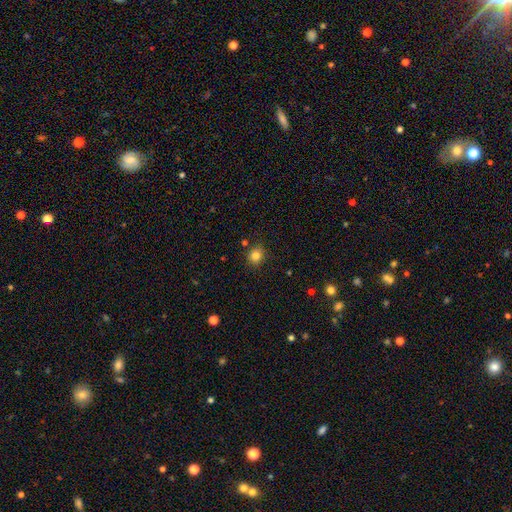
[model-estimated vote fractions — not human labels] A smooth galaxy with no disk features (83%) that is round (82%).

Vote fractions:
- Smooth or featured? smooth: 83% / star or artifact: 12% / featured or disk: 5%
- How rounded? round: 82% / in between: 17% / cigar-shaped: 1%
- Merging? none: 85% / minor disturbance: 10% / merger: 3% / major disturbance: 2%